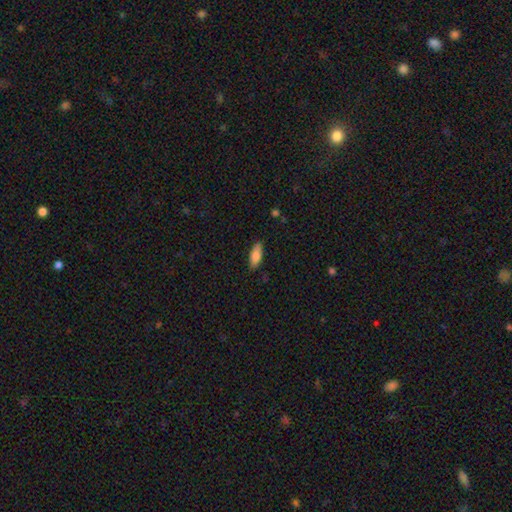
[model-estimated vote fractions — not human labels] Smooth or featured: smooth — 80% (featured or disk — 14%)
How rounded: in between — 73% (cigar-shaped — 24%)
Merging: none — 84% (minor disturbance — 12%)